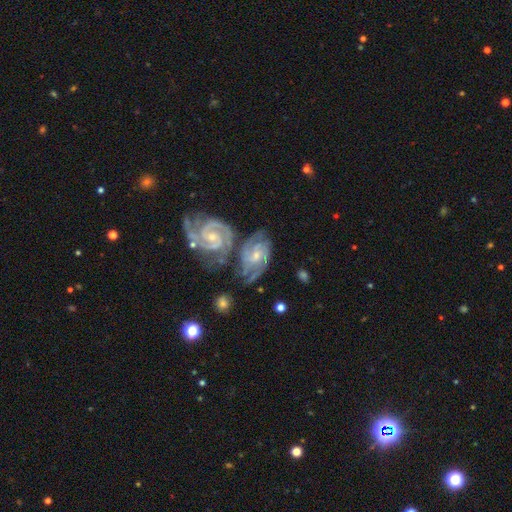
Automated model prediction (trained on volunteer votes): Overall: featured or disk (87%). Edge-on disk: no (96%). Bar: weak (45%; no 43%). Spiral arms: yes (97%). Spiral arm count: 2 (54%; 3 23%). Spiral winding: tight (52%; medium 41%). Bulge size: small (60%; moderate 34%). Merging: none (42%; merger 31%).